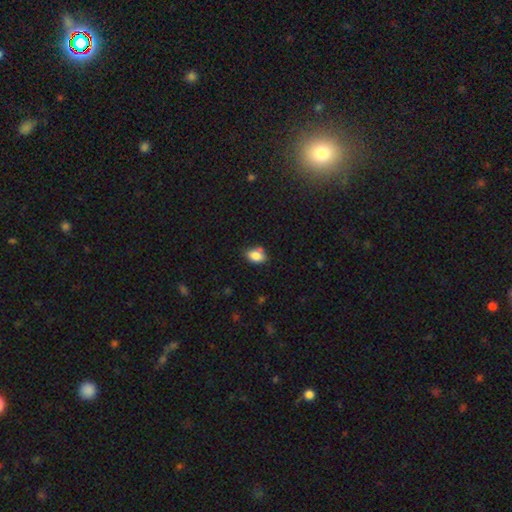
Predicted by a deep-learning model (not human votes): Q: Smooth or featured?
A: smooth (84%); runner-up: star or artifact (9%)
Q: How rounded?
A: in between (79%); runner-up: round (19%)
Q: Merging?
A: none (62%); runner-up: minor disturbance (25%)